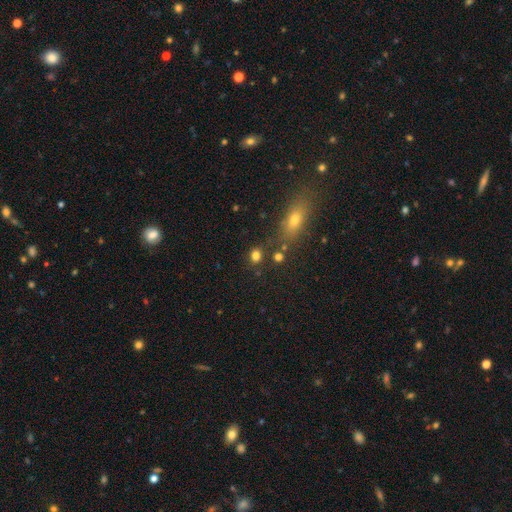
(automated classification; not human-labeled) Smooth or featured?
  - smooth: 79% *
  - star or artifact: 15%
  - featured or disk: 6%
How rounded?
  - round: 74% *
  - in between: 24%
  - cigar-shaped: 2%
Merging?
  - none: 75% *
  - minor disturbance: 11%
  - merger: 10%
  - major disturbance: 4%